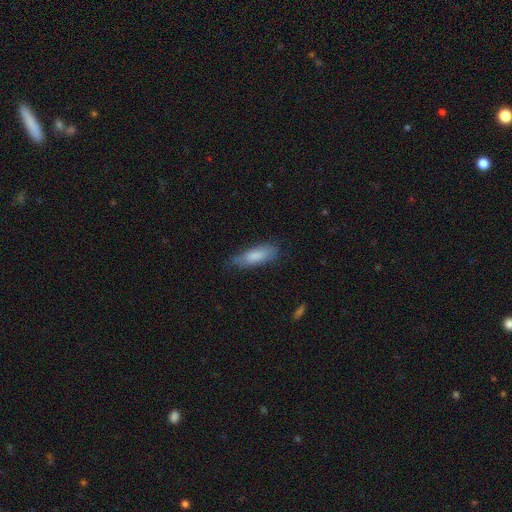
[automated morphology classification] Smooth or featured? smooth (80%)
How rounded? in between (56%)
Merging? none (66%)